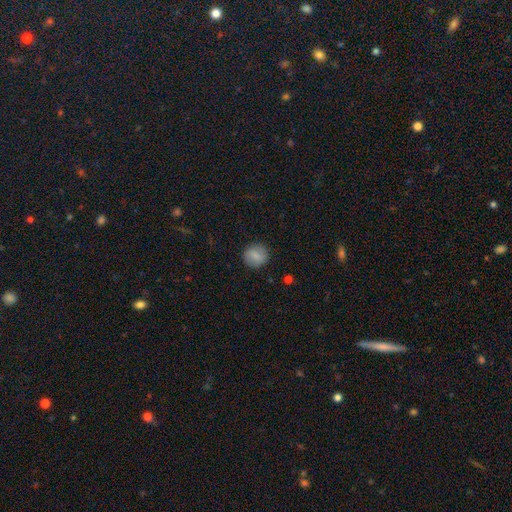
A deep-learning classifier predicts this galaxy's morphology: This is clearly a smooth galaxy (82%). How rounded: clearly round (90%). Merging: clearly none (90%).